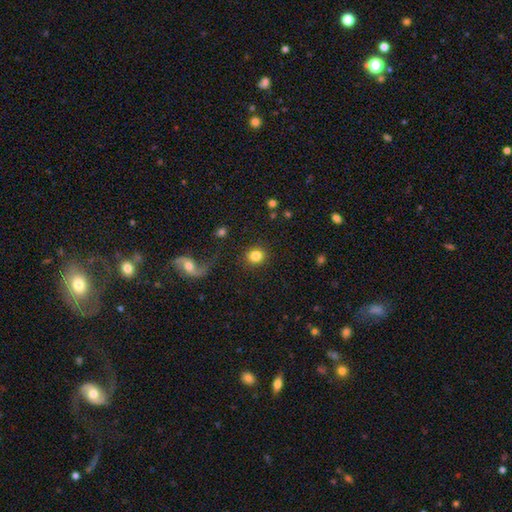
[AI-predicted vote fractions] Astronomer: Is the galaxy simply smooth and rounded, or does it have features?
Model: smooth — 82%.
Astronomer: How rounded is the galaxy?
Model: round — 87%.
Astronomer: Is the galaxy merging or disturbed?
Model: none — 87%.